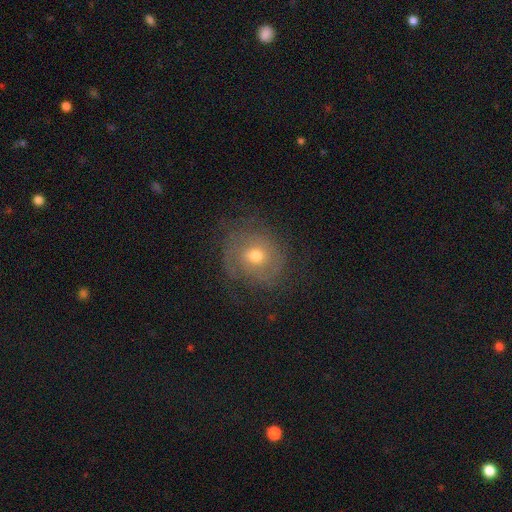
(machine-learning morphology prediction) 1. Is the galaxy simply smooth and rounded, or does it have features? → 51% featured or disk, 37% smooth, 12% star or artifact.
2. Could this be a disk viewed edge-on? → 96% no, 4% yes.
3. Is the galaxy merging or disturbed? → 66% none, 19% minor disturbance, 14% major disturbance, 1% merger.